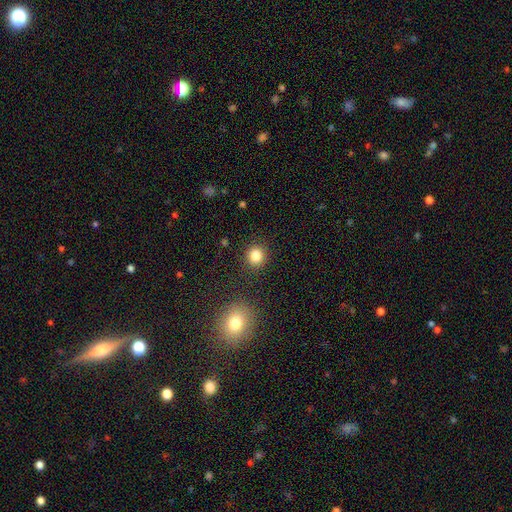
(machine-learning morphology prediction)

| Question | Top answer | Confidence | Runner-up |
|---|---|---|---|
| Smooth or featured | smooth | 83% | star or artifact (12%) |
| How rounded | round | 87% | in between (12%) |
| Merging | none | 88% | minor disturbance (7%) |